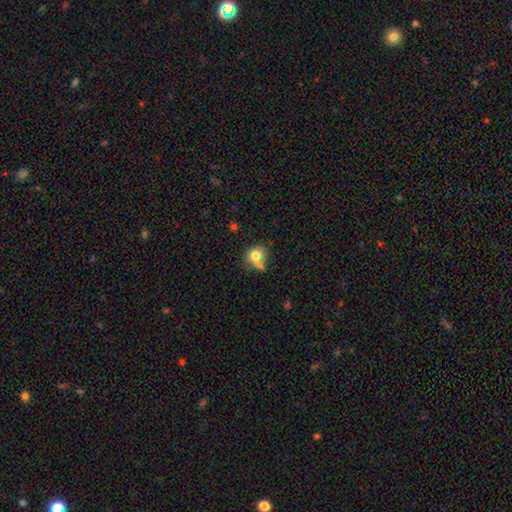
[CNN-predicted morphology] Smooth or featured? Predicted: smooth (p=0.76). How rounded? Predicted: round (p=0.67). Merging? Predicted: none (p=0.40).